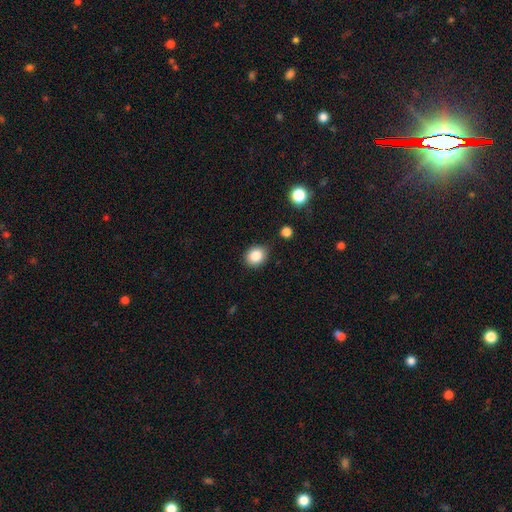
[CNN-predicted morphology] type=smooth (86%); roundness=round (66%); merging=none (80%).